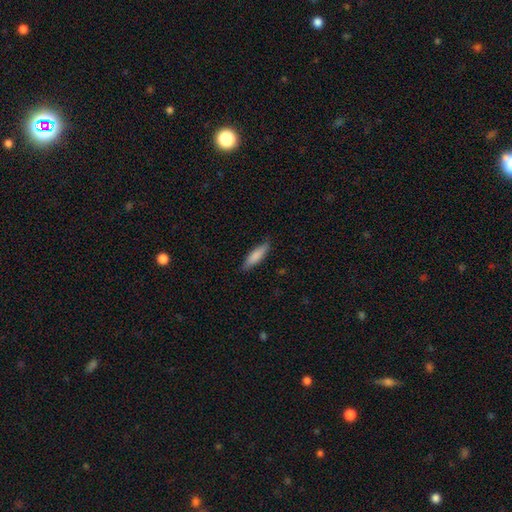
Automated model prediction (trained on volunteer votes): A smooth galaxy with no disk features (82%) that is cigar-shaped (68%). Merging: none (85%).